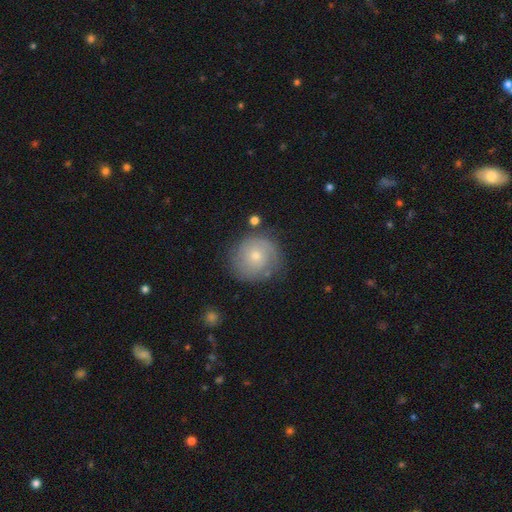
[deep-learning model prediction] A featured or disk galaxy (53%) with no bar (84%), spiral arms (78%) and a small central bulge (62%).

Vote fractions:
- Smooth or featured? featured or disk: 53% / smooth: 38% / star or artifact: 9%
- Edge-on disk? no: 97% / yes: 3%
- Bar? no: 84% / weak: 13% / strong: 2%
- Spiral arms? yes: 78% / no: 22%
- Bulge size? small: 62% / moderate: 34% / large: 2% / none: 1% / dominant: 1%
- Merging? none: 77% / minor disturbance: 15% / major disturbance: 5% / merger: 2%